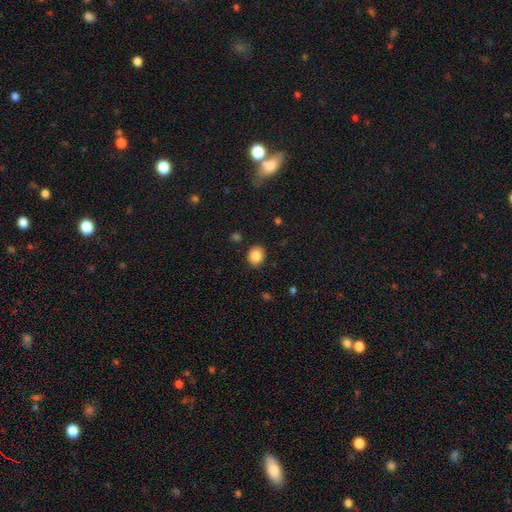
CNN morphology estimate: Q: Smooth or featured?
A: smooth (86%); runner-up: star or artifact (9%)
Q: How rounded?
A: round (69%); runner-up: in between (30%)
Q: Merging?
A: none (90%); runner-up: minor disturbance (7%)